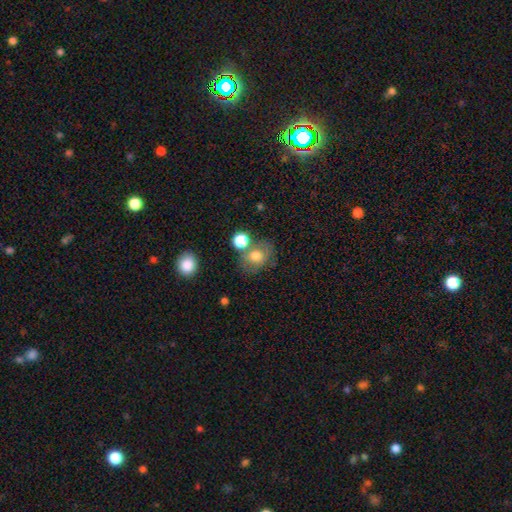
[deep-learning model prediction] Smooth or featured? Predicted: smooth (p=0.71). How rounded? Predicted: round (p=0.53). Merging? Predicted: none (p=0.56).